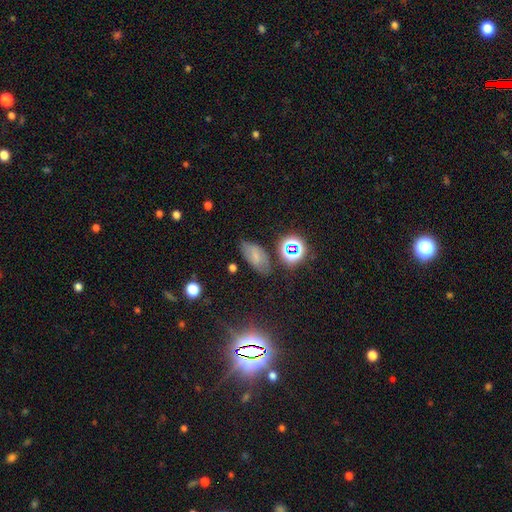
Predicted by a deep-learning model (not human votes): This appears to be a smooth galaxy with no disk features (52%) that is in between round and cigar-shaped (87%). Merging: none (70%).